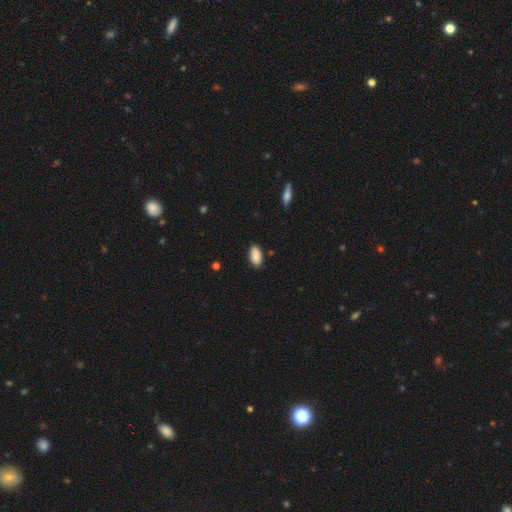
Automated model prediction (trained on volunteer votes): Overall: smooth (89%). How rounded: in between (93%). Merging: none (82%).